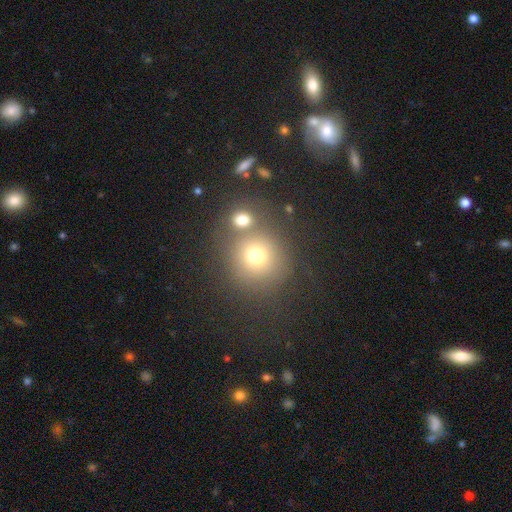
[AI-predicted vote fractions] Smooth or featured? Predicted: smooth (p=0.72). How rounded? Predicted: round (p=0.91). Merging? Predicted: none (p=0.62).